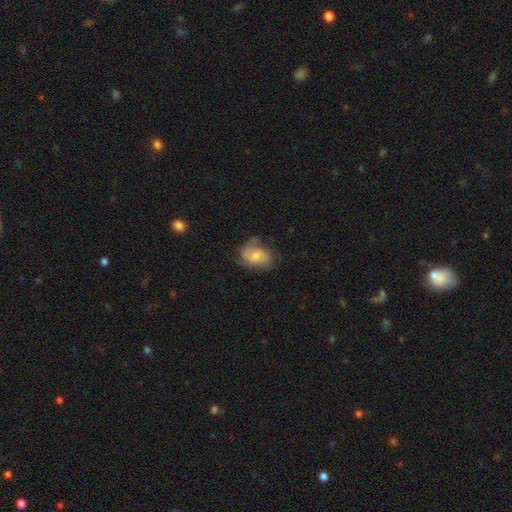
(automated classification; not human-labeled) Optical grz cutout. It shows a featured or disk galaxy (48%). Merging: none (51%).